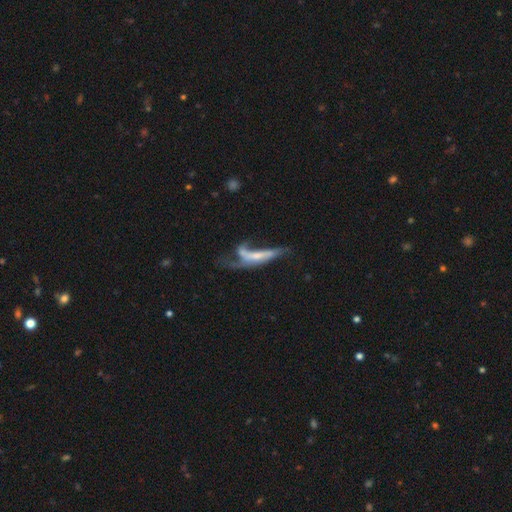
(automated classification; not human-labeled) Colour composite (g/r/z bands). It shows a featured or disk galaxy (59%). Merging: major disturbance (42%).